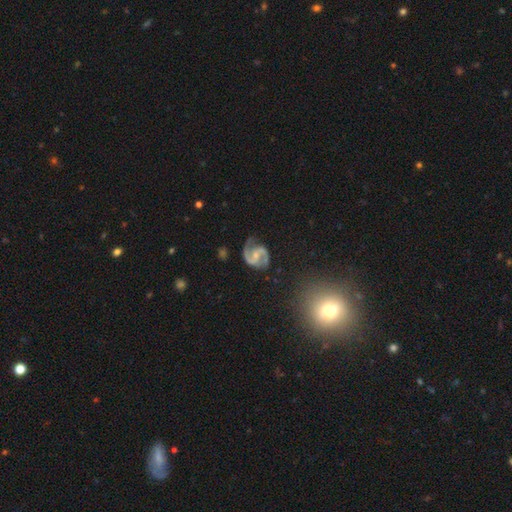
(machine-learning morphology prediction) Smooth or featured? featured or disk (92%)
Edge-on disk? no (98%)
Bar? weak (45%)
Spiral arms? yes (98%)
Spiral winding? medium (61%)
Spiral arm count? 2 (93%)
Bulge size? small (57%)
Merging? none (74%)